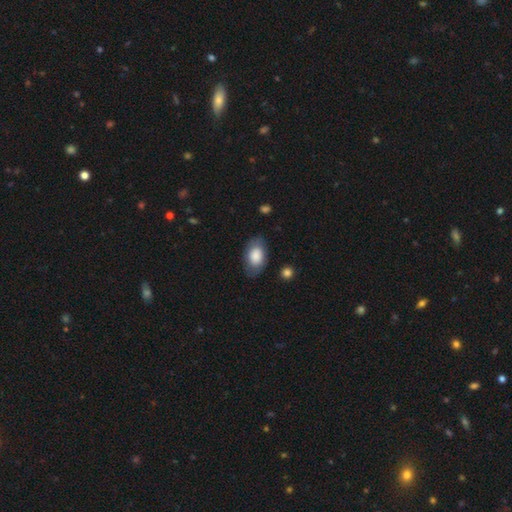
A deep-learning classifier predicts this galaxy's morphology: The model was most divided on "merging": none: 76%, minor disturbance: 17%, major disturbance: 5%, merger: 2%. More confident: how rounded — in between (90%); smooth or featured — smooth (78%).